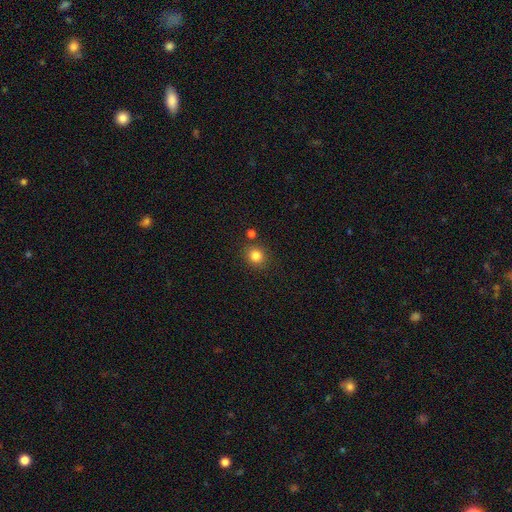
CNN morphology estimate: Smooth or featured? Predicted: smooth (p=0.83). How rounded? Predicted: round (p=0.85). Merging? Predicted: none (p=0.83).